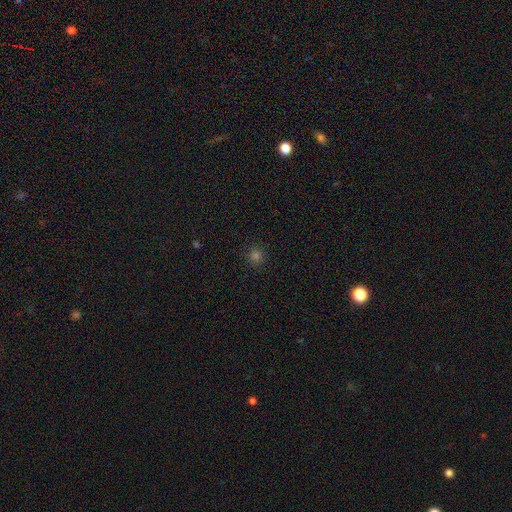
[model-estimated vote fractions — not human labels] Smooth or featured? Predicted: smooth (p=0.76). How rounded? Predicted: round (p=0.95). Merging? Predicted: none (p=0.92).